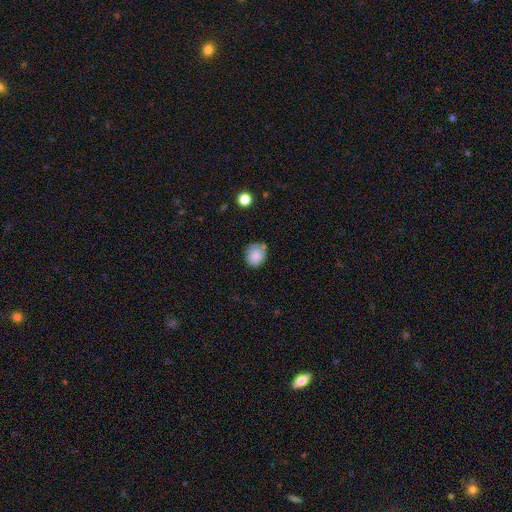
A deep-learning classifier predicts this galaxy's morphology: A smooth galaxy with no disk features (79%) that is round (74%).

Vote fractions:
- Smooth or featured? smooth: 79% / featured or disk: 13% / star or artifact: 8%
- How rounded? round: 74% / in between: 25% / cigar-shaped: 1%
- Merging? none: 62% / minor disturbance: 25% / merger: 7% / major disturbance: 7%